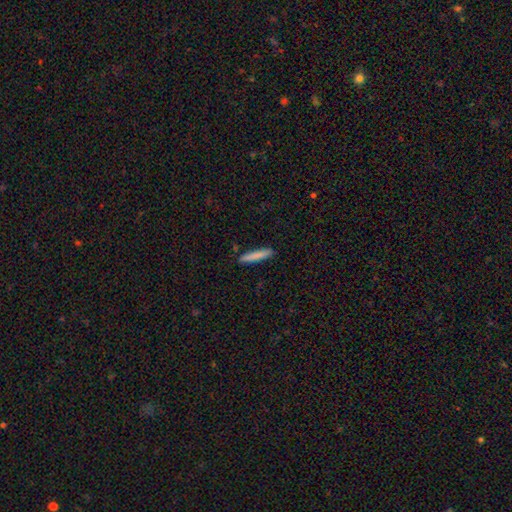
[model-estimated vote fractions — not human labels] Smooth or featured? smooth (83%)
How rounded? cigar-shaped (93%)
Merging? none (90%)